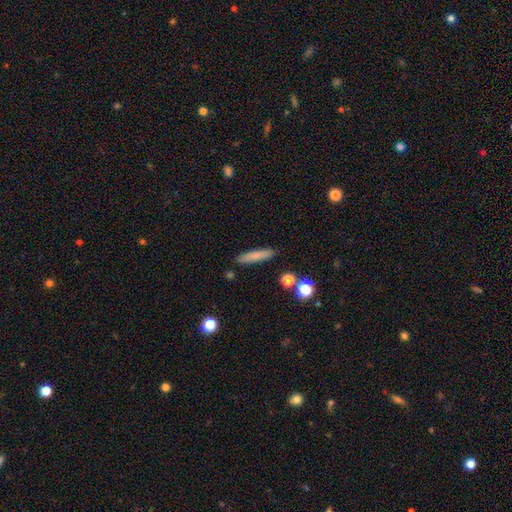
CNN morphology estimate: Overall: smooth (75%). How rounded: cigar-shaped (88%). Merging: none (88%).